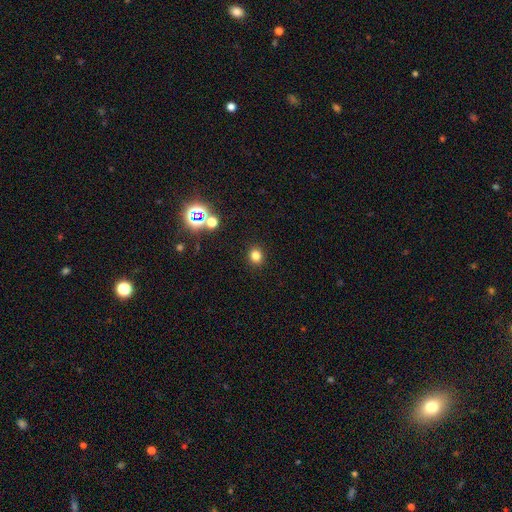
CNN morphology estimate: smooth-or-featured: smooth: 78% | star or artifact: 16% | featured or disk: 5%
  how-rounded: round: 77% | in between: 22% | cigar-shaped: 1%
  merging: none: 90% | minor disturbance: 6% | major disturbance: 2% | merger: 2%